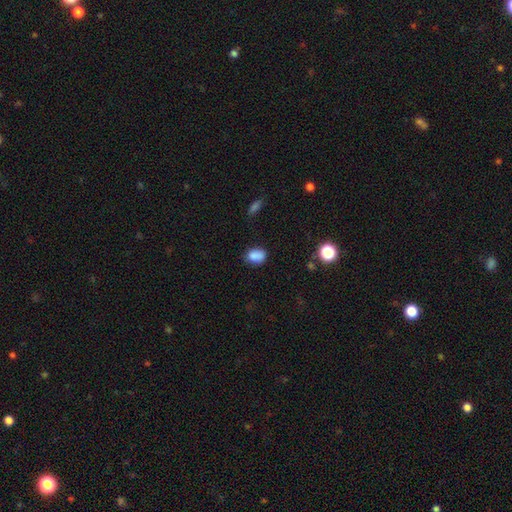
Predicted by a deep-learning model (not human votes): This appears to be a smooth galaxy with no disk features (86%) that is in between round and cigar-shaped (75%). Merging: none (73%).